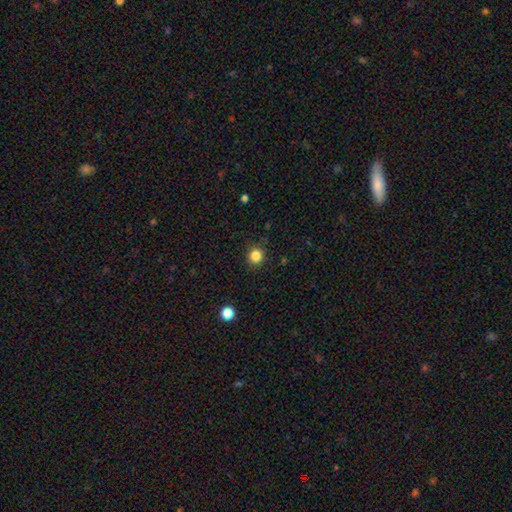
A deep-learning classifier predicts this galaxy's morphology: A smooth galaxy with no disk features (84%) that is round (92%). Merging: none (90%).